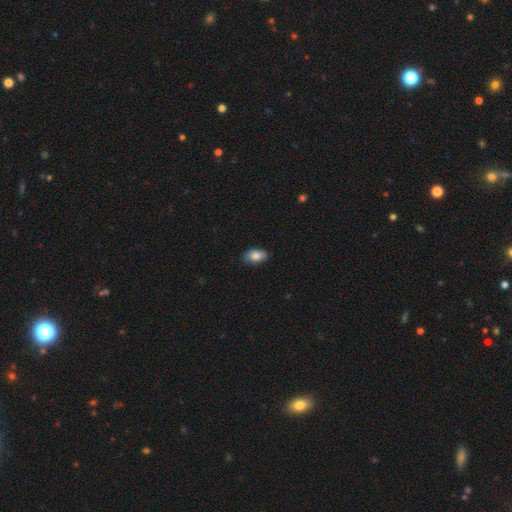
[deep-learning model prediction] A smooth galaxy with no disk features (85%) that is in between round and cigar-shaped (91%). Merging: none (80%).